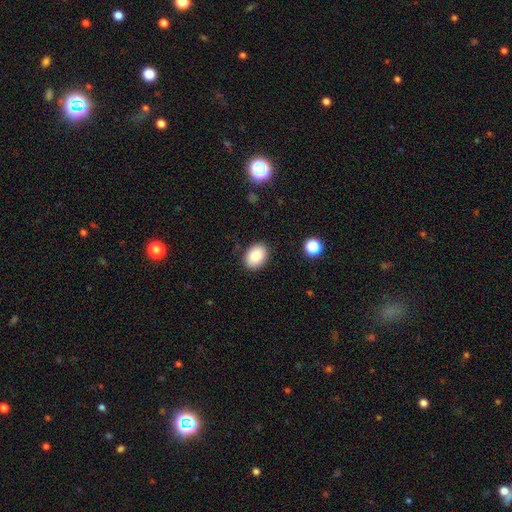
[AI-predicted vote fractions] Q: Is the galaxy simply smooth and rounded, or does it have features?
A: smooth — 86%.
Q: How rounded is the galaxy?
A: in between — 73%.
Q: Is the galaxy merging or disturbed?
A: none — 87%.